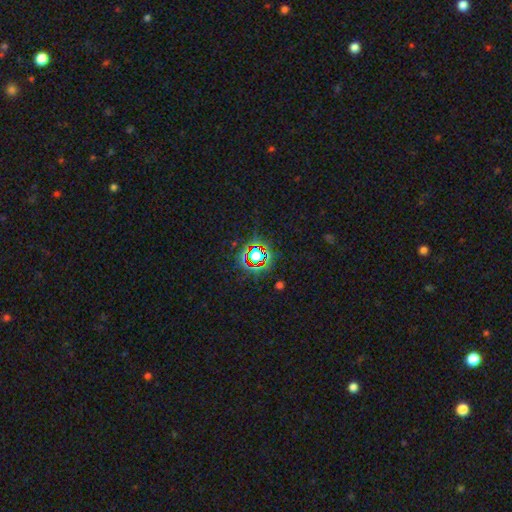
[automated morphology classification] star or artifact 74%, smooth 16%, featured or disk 10%.